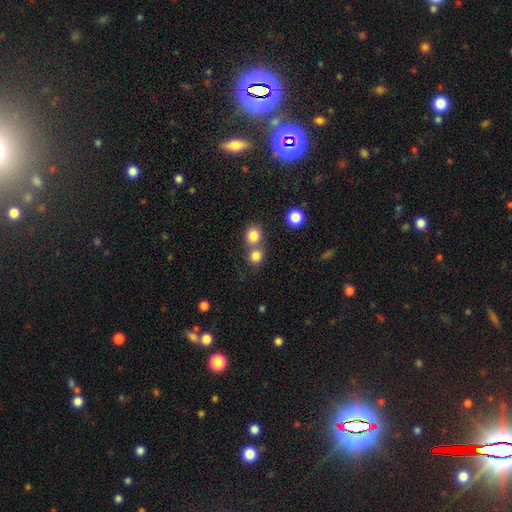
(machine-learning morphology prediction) smooth 82%, star or artifact 12%, featured or disk 6%. Down the decision tree: how rounded — round (85%); merging — none (52%).